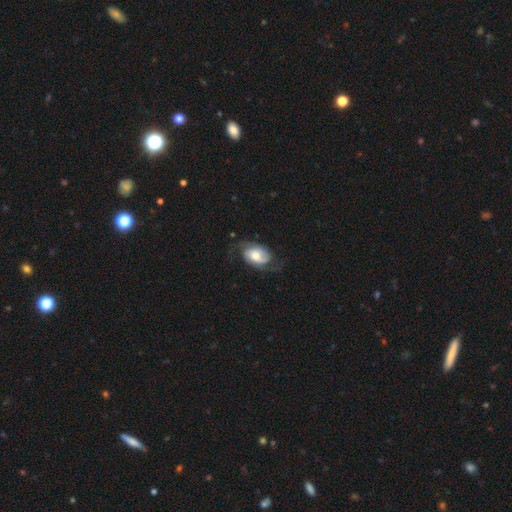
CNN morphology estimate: smooth_or_featured: featured or disk (p=0.62) [alt: smooth p=0.32]
disk_edge_on: no (p=0.96) [alt: yes p=0.04]
bar: no (p=0.58) [alt: weak p=0.32]
has_spiral_arms: yes (p=0.88) [alt: no p=0.12]
spiral_winding: medium (p=0.40) [alt: loose p=0.39]
spiral_arm_count: 2 (p=0.81) [alt: can't tell p=0.08]
bulge_size: moderate (p=0.54) [alt: large p=0.21]
merging: none (p=0.59) [alt: minor disturbance p=0.22]